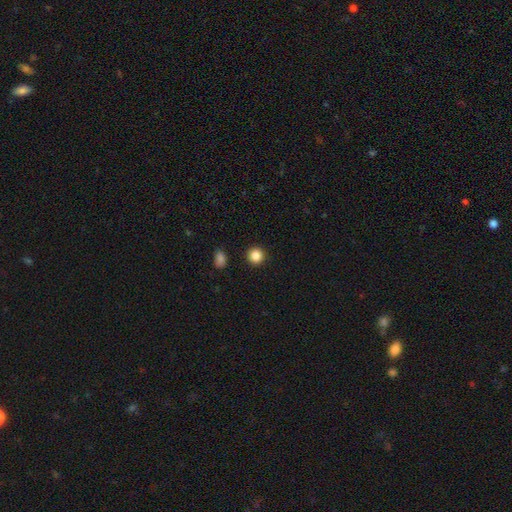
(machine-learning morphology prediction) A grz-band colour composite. It shows a smooth galaxy with no disk features (87%) that is round (93%). Merging: none (93%).